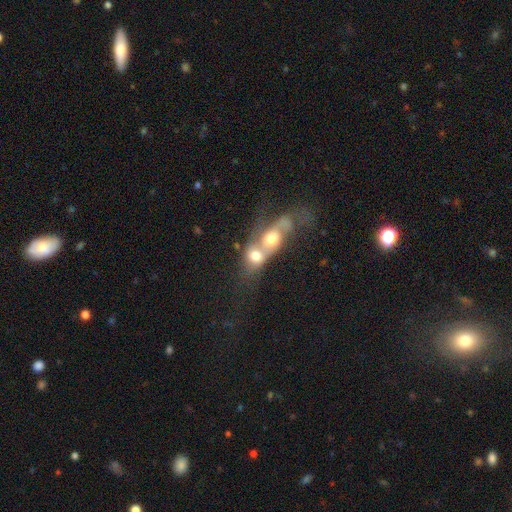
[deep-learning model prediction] Smooth or featured? Predicted: smooth (p=0.57). How rounded? Predicted: in between (p=0.47). Merging? Predicted: merger (p=0.82).